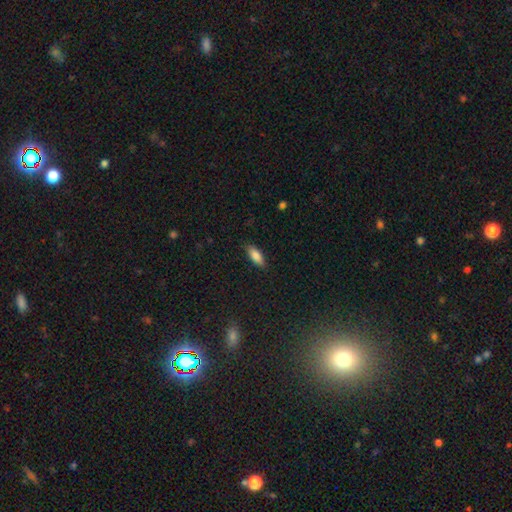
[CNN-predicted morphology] A smooth galaxy with no disk features (85%) that is in between round and cigar-shaped (79%). Merging: none (87%).